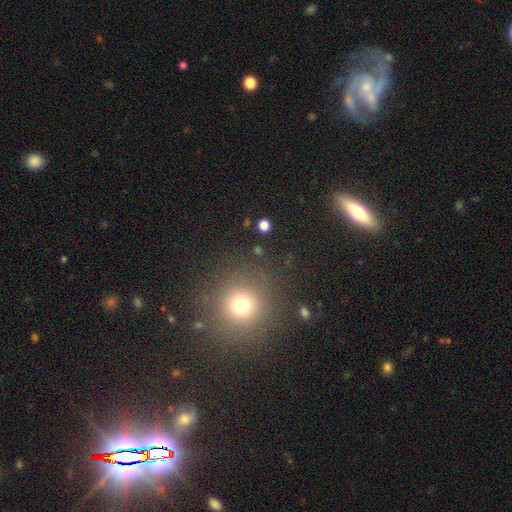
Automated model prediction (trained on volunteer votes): Smooth or featured: smooth — 48% (star or artifact — 35%)
Merging: none — 87% (minor disturbance — 7%)